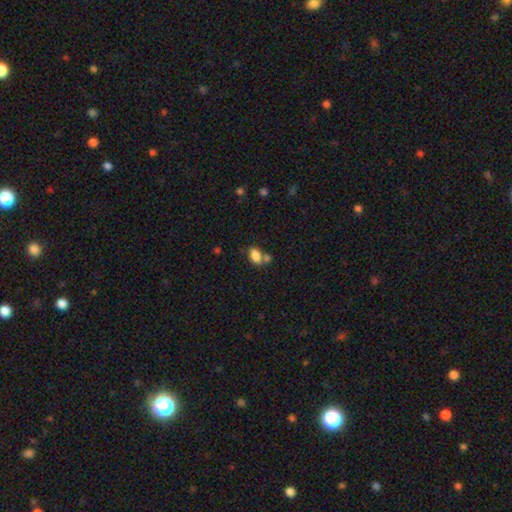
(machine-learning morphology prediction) This appears to be a smooth galaxy with no disk features (83%) that is in between round and cigar-shaped (86%). Merging: none (46%).